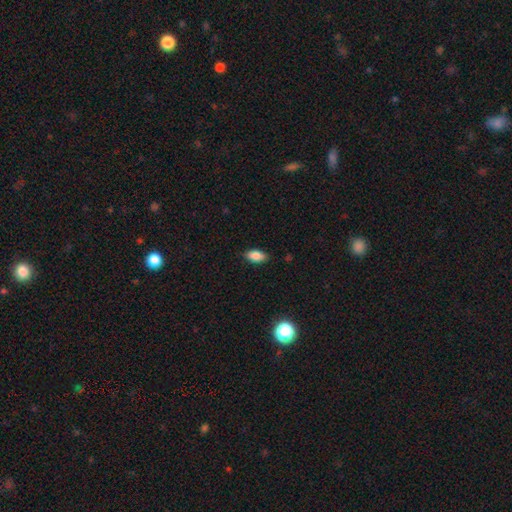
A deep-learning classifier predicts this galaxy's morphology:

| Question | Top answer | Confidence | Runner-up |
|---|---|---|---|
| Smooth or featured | smooth | 84% | star or artifact (8%) |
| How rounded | in between | 89% | cigar-shaped (6%) |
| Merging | none | 84% | minor disturbance (13%) |